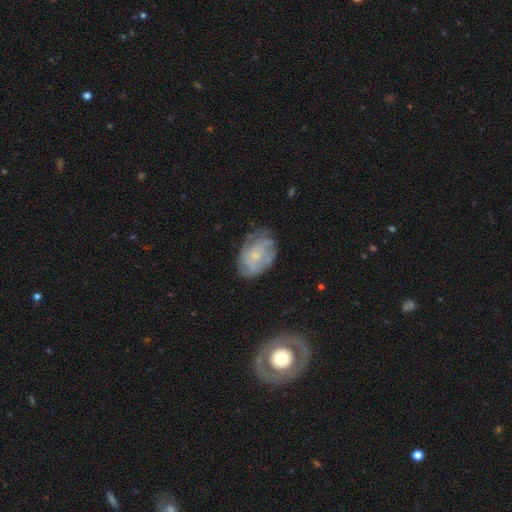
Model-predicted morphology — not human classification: A featured or disk galaxy (61%) with no bar (82%), spiral arms (65%) and a small central bulge (72%).

Vote fractions:
- Smooth or featured? featured or disk: 61% / smooth: 31% / star or artifact: 8%
- Edge-on disk? no: 96% / yes: 4%
- Bar? no: 82% / weak: 15% / strong: 2%
- Spiral arms? yes: 65% / no: 35%
- Bulge size? small: 72% / moderate: 19% / none: 7% / large: 1% / dominant: 1%
- Merging? none: 61% / minor disturbance: 25% / major disturbance: 11% / merger: 2%